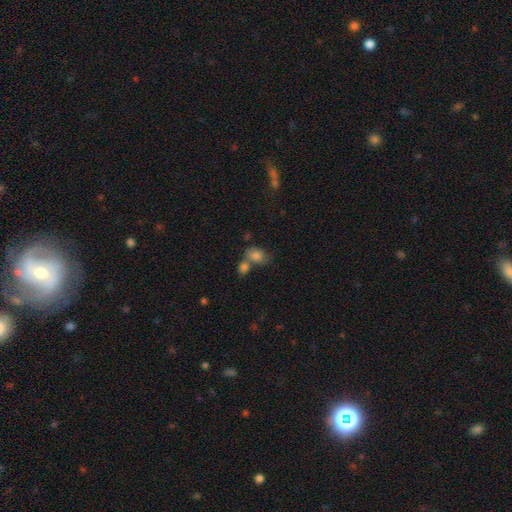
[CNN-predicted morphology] Smooth or featured: smooth — 81% (featured or disk — 10%)
How rounded: in between — 67% (round — 32%)
Merging: merger — 47% (none — 36%)